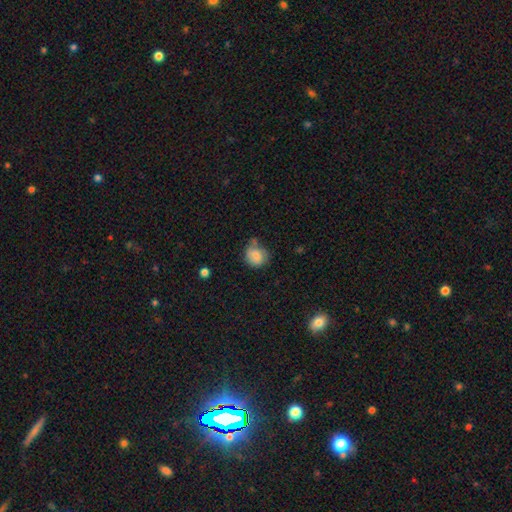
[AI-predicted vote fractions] smooth-or-featured: smooth: 79% | featured or disk: 13% | star or artifact: 8%
  how-rounded: round: 76% | in between: 23% | cigar-shaped: 1%
  merging: none: 51% | minor disturbance: 30% | major disturbance: 9% | merger: 9%